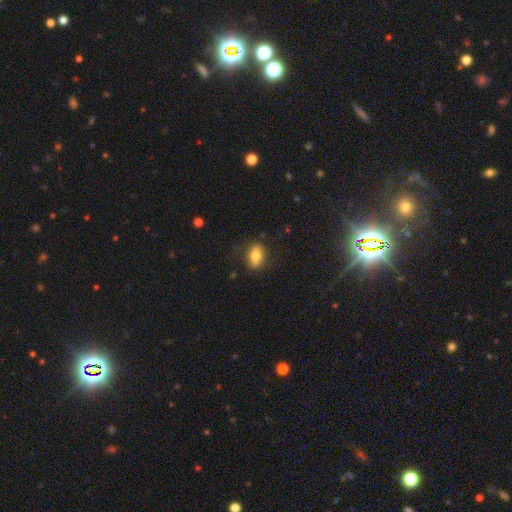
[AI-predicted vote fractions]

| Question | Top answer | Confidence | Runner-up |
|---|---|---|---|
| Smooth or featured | smooth | 73% | featured or disk (19%) |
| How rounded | in between | 82% | round (10%) |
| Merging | none | 81% | minor disturbance (14%) |